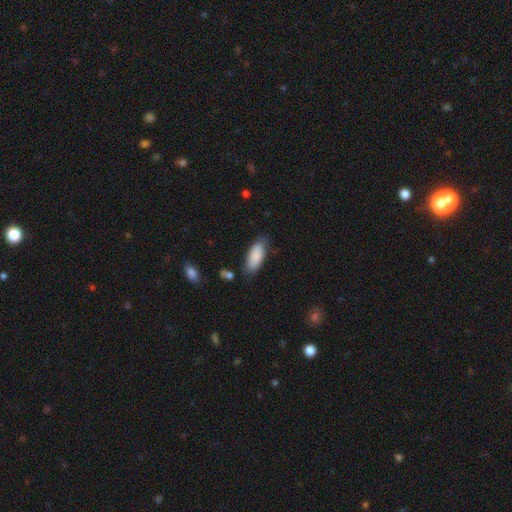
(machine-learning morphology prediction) smooth_or_featured: smooth (p=0.86) [alt: featured or disk p=0.08]
how_rounded: in between (p=0.84) [alt: cigar-shaped p=0.14]
merging: none (p=0.76) [alt: minor disturbance p=0.18]